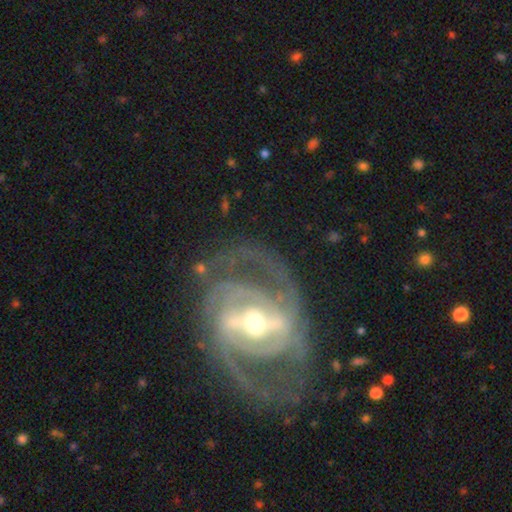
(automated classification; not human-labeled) Q: Smooth or featured?
A: featured or disk (90%); runner-up: star or artifact (5%)
Q: Edge-on disk?
A: no (96%); runner-up: yes (4%)
Q: Bar?
A: strong (58%); runner-up: weak (30%)
Q: Spiral arms?
A: yes (95%); runner-up: no (5%)
Q: Spiral winding?
A: tight (46%); runner-up: medium (43%)
Q: Spiral arm count?
A: 2 (50%); runner-up: 3 (19%)
Q: Bulge size?
A: moderate (59%); runner-up: small (31%)
Q: Merging?
A: none (71%); runner-up: minor disturbance (15%)